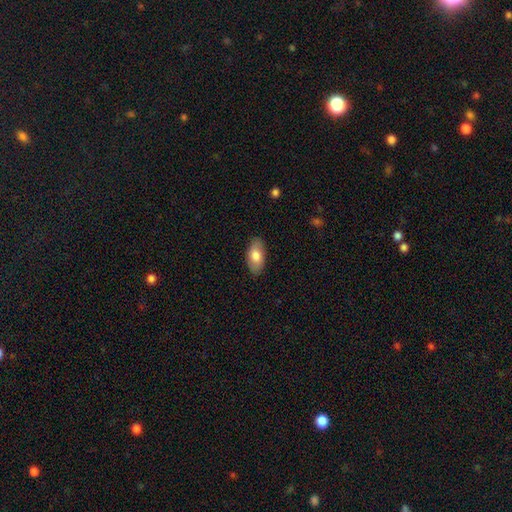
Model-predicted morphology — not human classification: The model was most divided on "smooth or featured": smooth: 78%, featured or disk: 17%, star or artifact: 6%. More confident: how rounded — in between (93%); merging — none (87%).